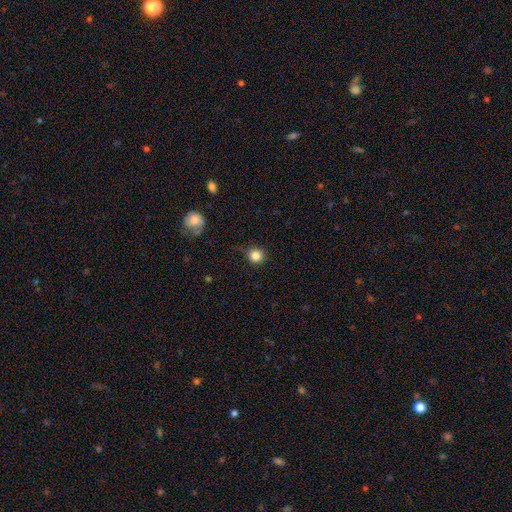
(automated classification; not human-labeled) A smooth galaxy with no disk features (84%) that is round (93%). Merging: none (81%).